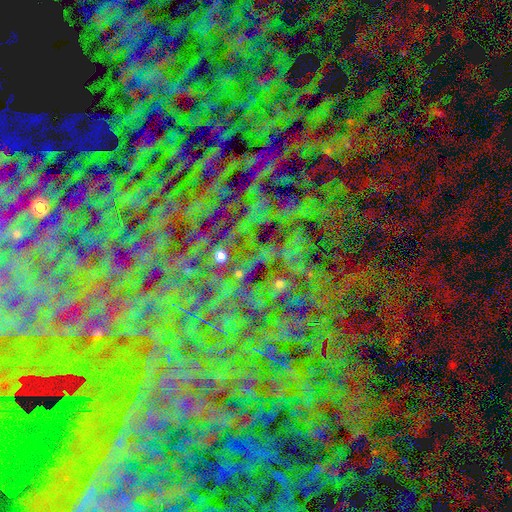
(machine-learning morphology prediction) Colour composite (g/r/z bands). It shows a star or artifact, not a galaxy (83%).